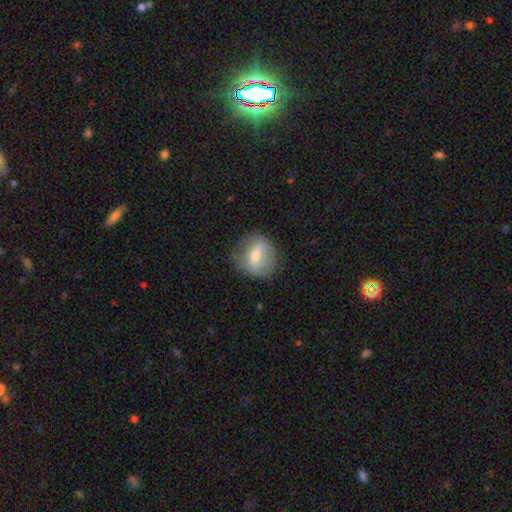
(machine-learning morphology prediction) Q: Smooth or featured?
A: smooth (51%); runner-up: featured or disk (41%)
Q: How rounded?
A: round (74%); runner-up: in between (25%)
Q: Merging?
A: none (75%); runner-up: minor disturbance (17%)